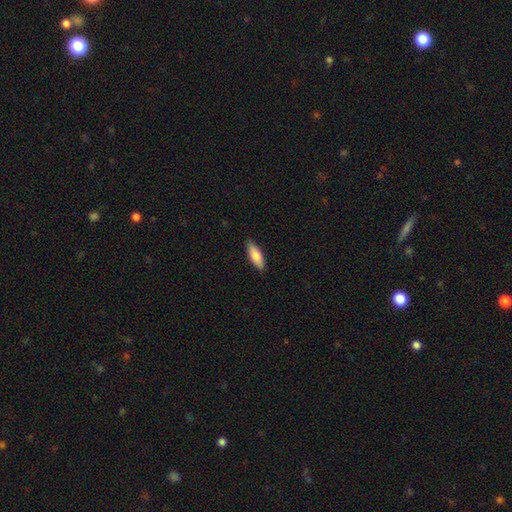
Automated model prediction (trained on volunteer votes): Smooth or featured? smooth (79%)
How rounded? in between (66%)
Merging? none (87%)